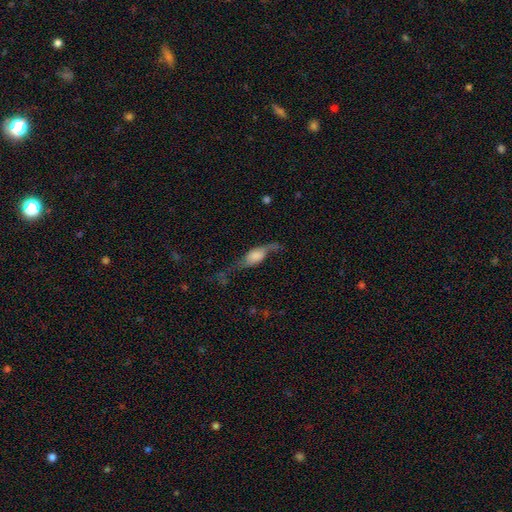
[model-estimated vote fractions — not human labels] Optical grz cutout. It shows a featured or disk galaxy (56%). Merging: none (40%).